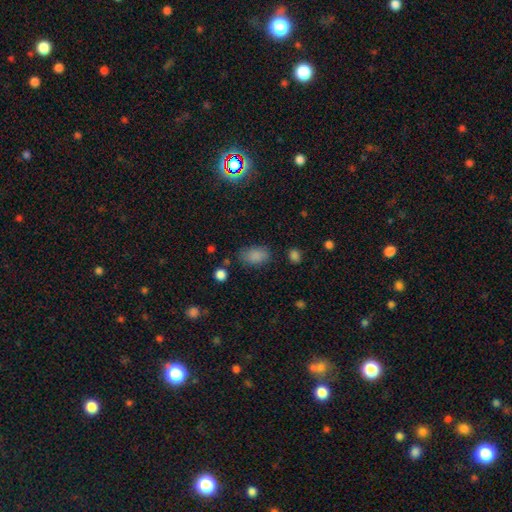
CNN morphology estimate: The model was most divided on "merging": none: 75%, minor disturbance: 17%, major disturbance: 5%, merger: 3%. More confident: how rounded — in between (88%); smooth or featured — smooth (85%).